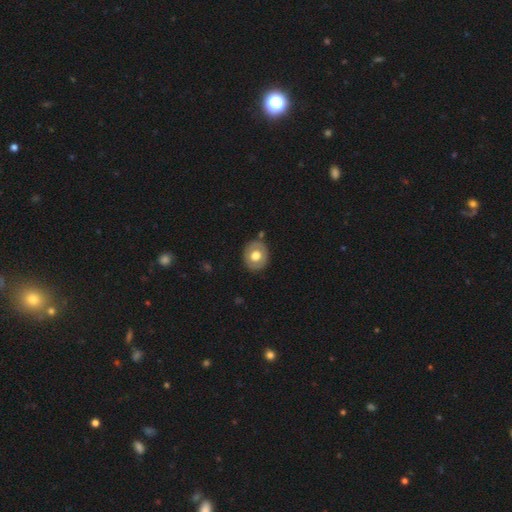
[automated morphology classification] The model was most divided on "smooth or featured": smooth: 57%, featured or disk: 37%, star or artifact: 6%. More confident: merging — none (82%); how rounded — round (66%).